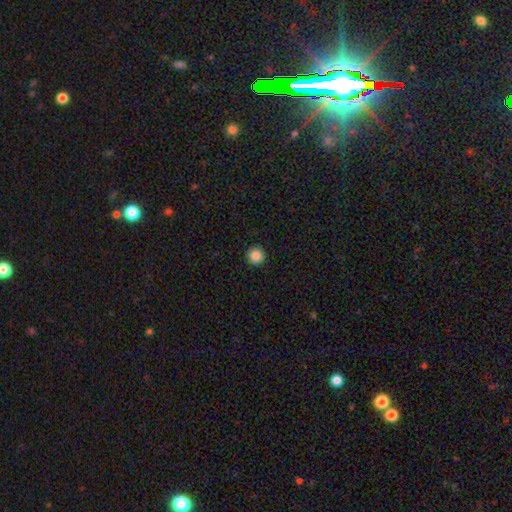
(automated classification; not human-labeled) smooth_or_featured: smooth (p=0.87) [alt: star or artifact p=0.10]
how_rounded: round (p=0.96) [alt: in between p=0.03]
merging: none (p=0.93) [alt: minor disturbance p=0.05]